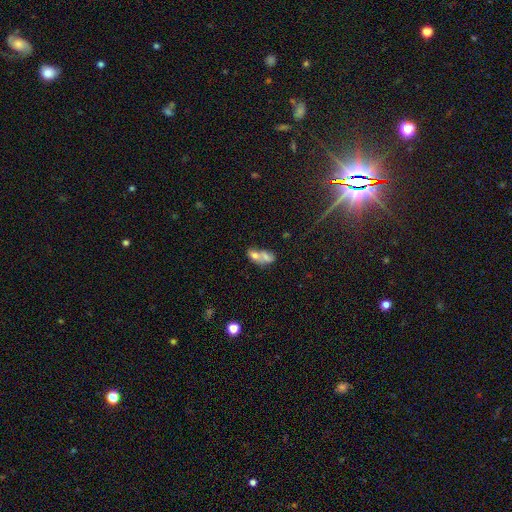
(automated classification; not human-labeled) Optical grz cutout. It shows a smooth galaxy with no disk features (62%) that is in between round and cigar-shaped (75%). Merging: merger (70%).